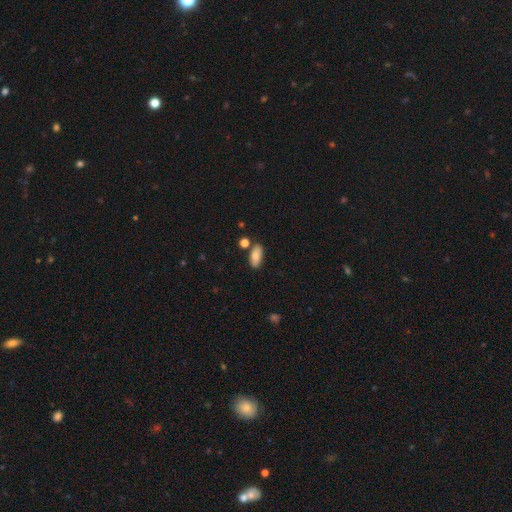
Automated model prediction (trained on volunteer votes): Overall: smooth (81%). How rounded: in between (86%). Merging: none (78%).